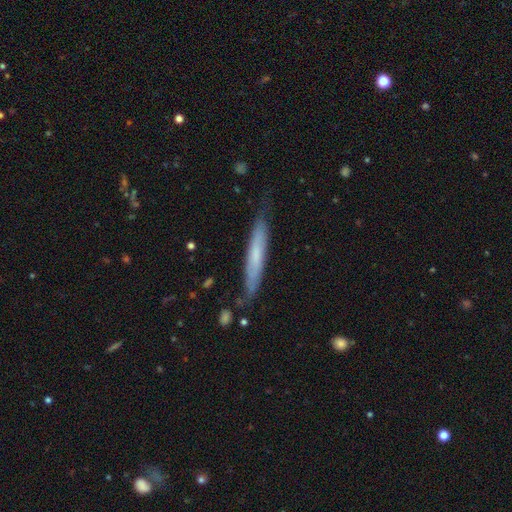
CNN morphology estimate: Overall: smooth (53%; featured or disk 41%). How rounded: cigar-shaped (92%). Merging: none (75%).